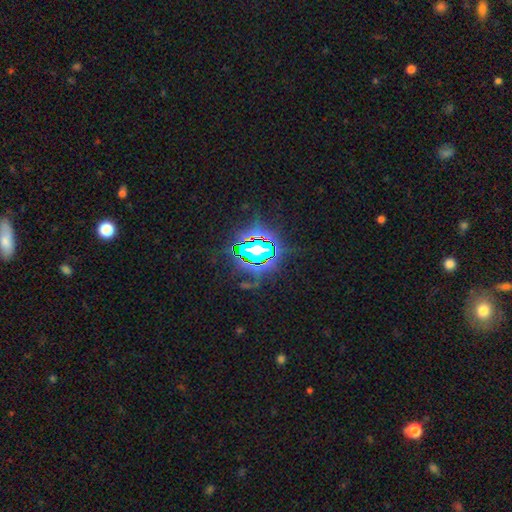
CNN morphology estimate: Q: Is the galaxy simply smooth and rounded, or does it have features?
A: star or artifact — 75%.